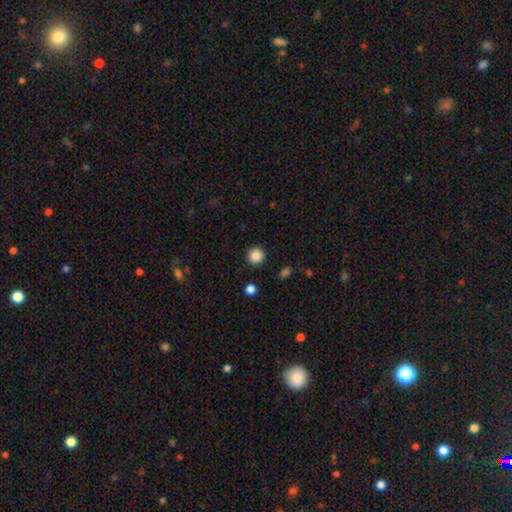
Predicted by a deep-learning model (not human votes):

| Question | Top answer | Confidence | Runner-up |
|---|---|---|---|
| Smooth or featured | smooth | 88% | star or artifact (10%) |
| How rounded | round | 95% | in between (4%) |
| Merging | none | 92% | minor disturbance (5%) |